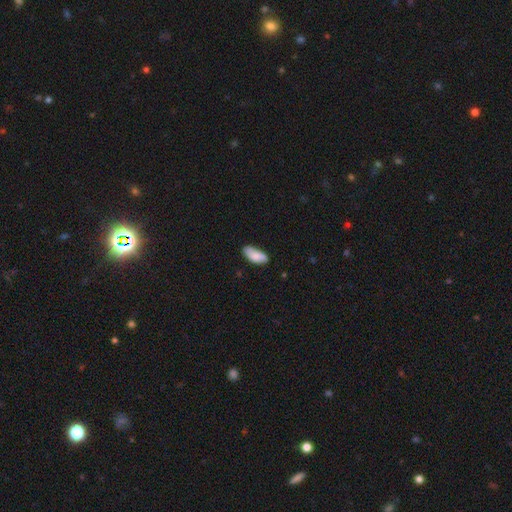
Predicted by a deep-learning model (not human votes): This is likely a smooth galaxy (79%). How rounded: clearly in between (87%). Merging: likely none (71%).